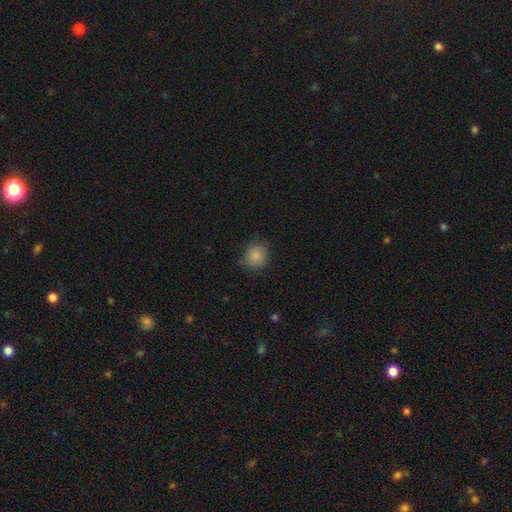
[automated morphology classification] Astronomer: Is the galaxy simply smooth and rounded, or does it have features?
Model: smooth — 86%.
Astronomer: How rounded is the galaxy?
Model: round — 84%.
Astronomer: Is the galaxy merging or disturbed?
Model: none — 82%.